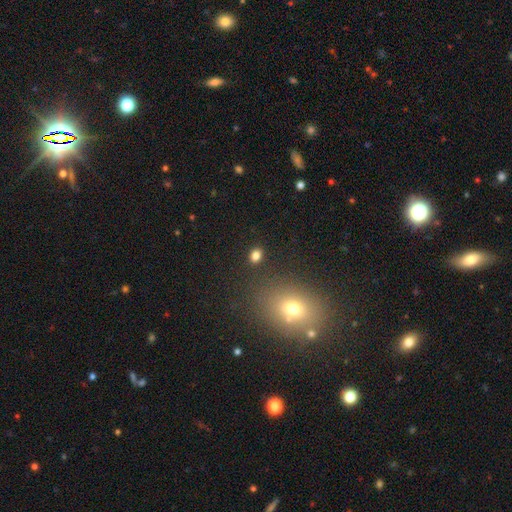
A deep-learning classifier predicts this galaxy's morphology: smooth-or-featured: smooth: 80% | star or artifact: 14% | featured or disk: 6%
  how-rounded: round: 51% | in between: 48% | cigar-shaped: 1%
  merging: none: 85% | minor disturbance: 8% | merger: 4% | major disturbance: 3%